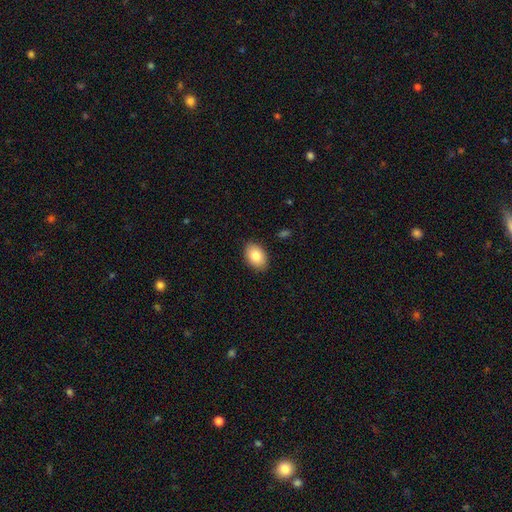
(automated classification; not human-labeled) Morphology: type=smooth (83%); roundness=in between (86%); merging=none (89%).